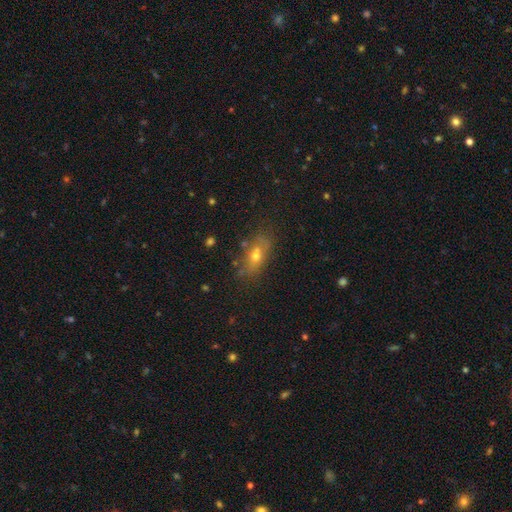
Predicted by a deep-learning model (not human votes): Smooth or featured? smooth (56%)
How rounded? in between (74%)
Merging? none (67%)